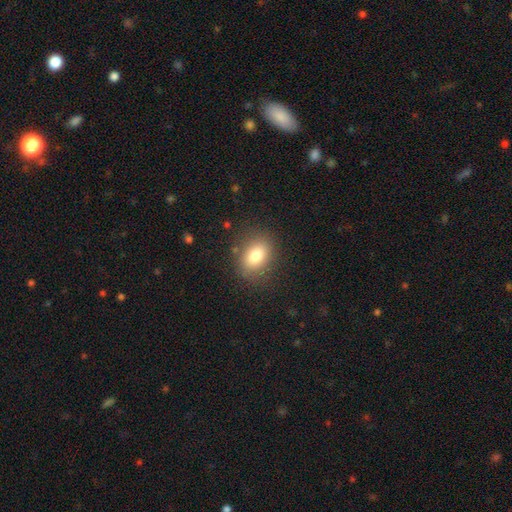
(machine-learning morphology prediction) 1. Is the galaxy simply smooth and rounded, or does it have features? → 79% smooth, 11% featured or disk, 10% star or artifact.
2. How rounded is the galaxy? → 65% in between, 34% round, 1% cigar-shaped.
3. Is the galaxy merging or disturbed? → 82% none, 12% minor disturbance, 4% major disturbance, 2% merger.